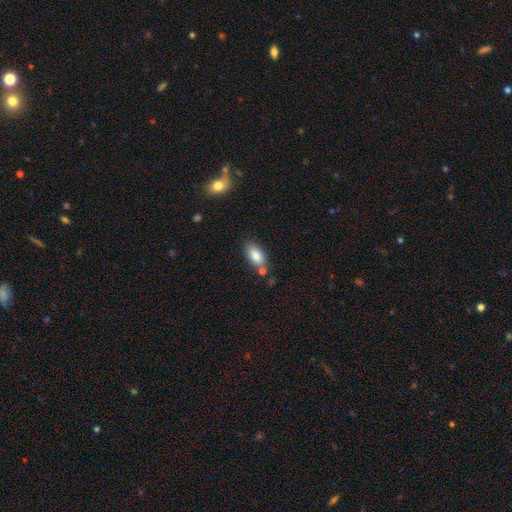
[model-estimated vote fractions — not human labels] smooth 84%, featured or disk 8%, star or artifact 8%. Down the decision tree: how rounded — in between (91%); merging — none (69%).